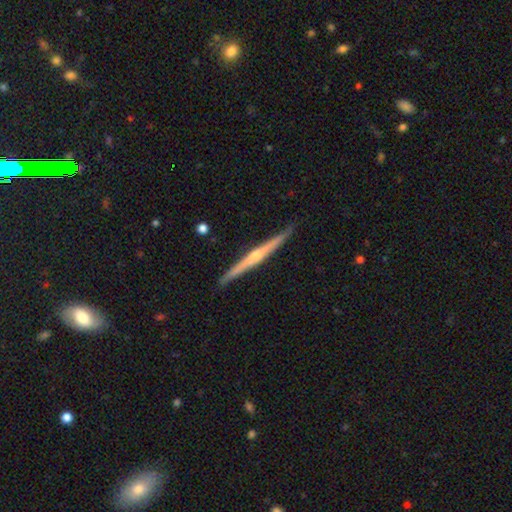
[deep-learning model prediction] Overall: featured or disk (77%). Edge-on disk: yes (98%). Edge-on bulge: rounded (76%). Merging: none (89%).